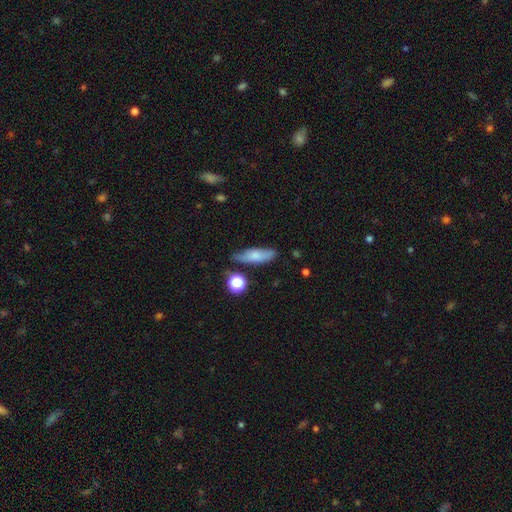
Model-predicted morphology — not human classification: A smooth galaxy with no disk features (70%) that is in between round and cigar-shaped (49%).

Vote fractions:
- Smooth or featured? smooth: 70% / featured or disk: 21% / star or artifact: 9%
- How rounded? in between: 49% / cigar-shaped: 47% / round: 4%
- Merging? none: 72% / minor disturbance: 20% / major disturbance: 5% / merger: 4%